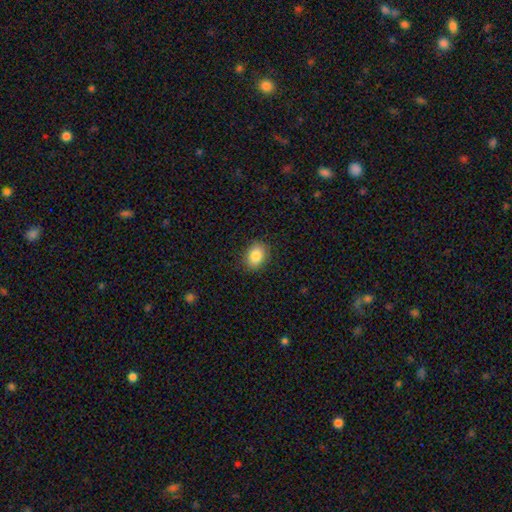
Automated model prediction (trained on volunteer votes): smooth_or_featured: smooth (p=0.85) [alt: star or artifact p=0.08]
how_rounded: in between (p=0.73) [alt: round p=0.25]
merging: none (p=0.87) [alt: minor disturbance p=0.10]